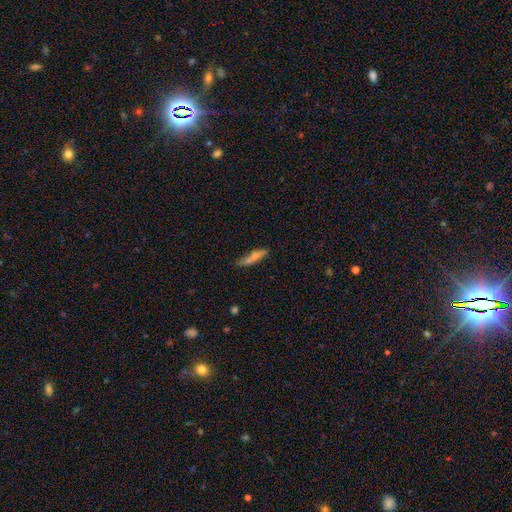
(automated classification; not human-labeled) Q: Smooth or featured?
A: smooth (64%); runner-up: featured or disk (27%)
Q: How rounded?
A: cigar-shaped (80%); runner-up: in between (18%)
Q: Merging?
A: none (62%); runner-up: minor disturbance (22%)